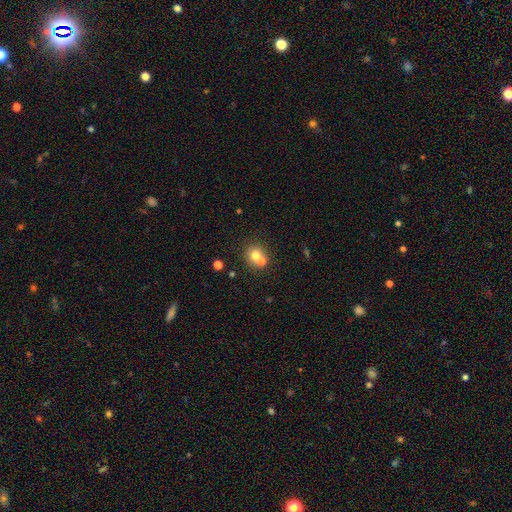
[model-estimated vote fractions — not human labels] The model was most divided on "merging": none: 48%, merger: 43%, minor disturbance: 7%, major disturbance: 3%. More confident: how rounded — round (86%); smooth or featured — smooth (71%).